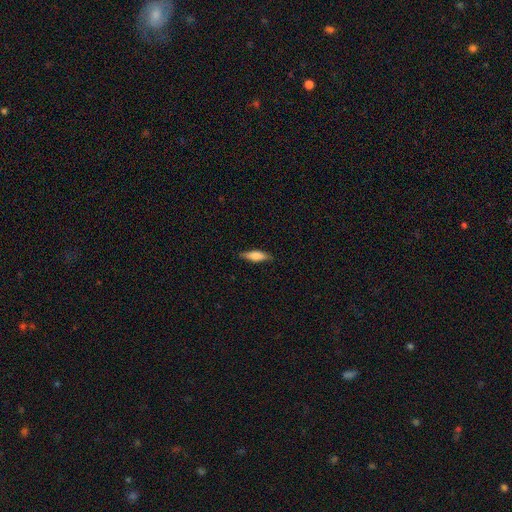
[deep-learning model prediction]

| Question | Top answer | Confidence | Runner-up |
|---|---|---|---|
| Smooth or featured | smooth | 70% | featured or disk (23%) |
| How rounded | cigar-shaped | 51% | in between (47%) |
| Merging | none | 84% | minor disturbance (12%) |